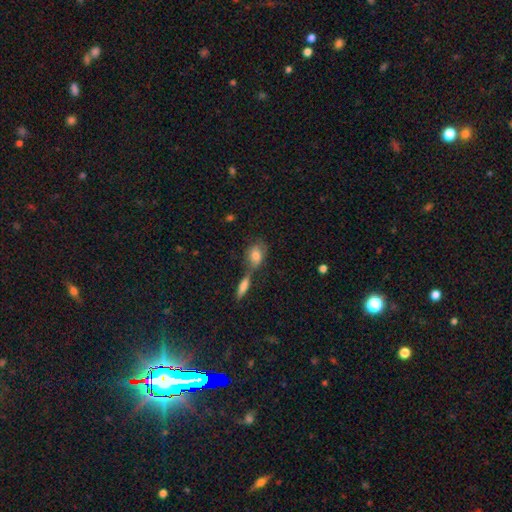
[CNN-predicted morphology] A smooth galaxy with no disk features (75%) that is in between round and cigar-shaped (77%). Merging: none (40%).